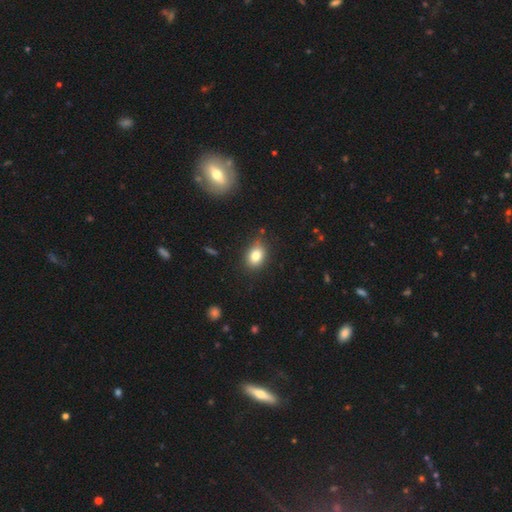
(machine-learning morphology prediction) Smooth or featured: smooth — 81% (star or artifact — 10%)
How rounded: in between — 68% (round — 30%)
Merging: none — 77% (minor disturbance — 17%)